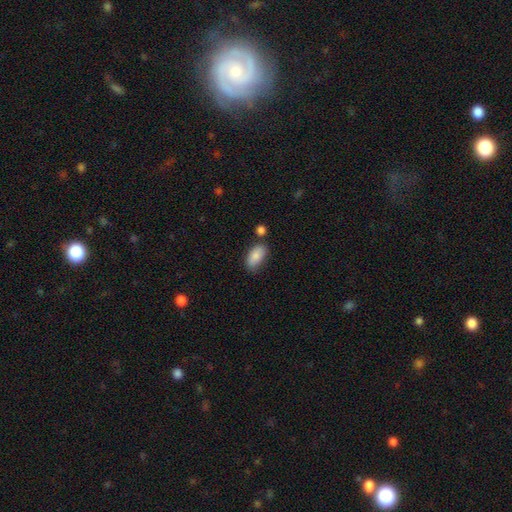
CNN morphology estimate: The model was most divided on "merging": none: 70%, minor disturbance: 18%, merger: 8%, major disturbance: 4%. More confident: how rounded — in between (93%); smooth or featured — smooth (85%).